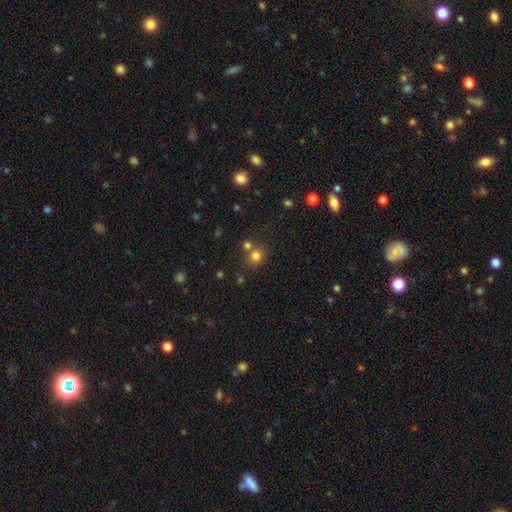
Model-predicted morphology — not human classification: Smooth or featured: smooth — 77% (star or artifact — 16%)
How rounded: round — 79% (in between — 20%)
Merging: none — 62% (merger — 26%)